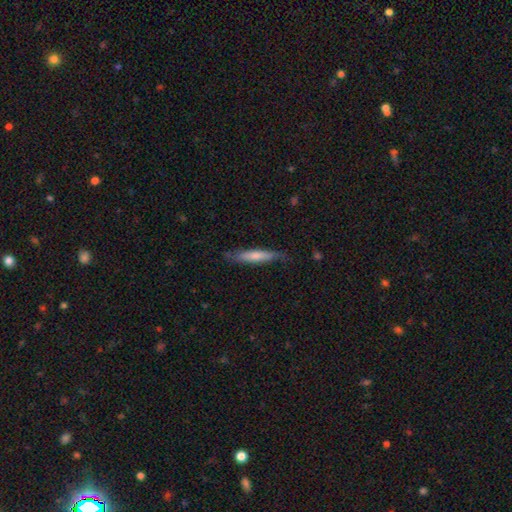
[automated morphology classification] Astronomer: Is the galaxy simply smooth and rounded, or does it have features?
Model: smooth — 65%.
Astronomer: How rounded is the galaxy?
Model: cigar-shaped — 90%.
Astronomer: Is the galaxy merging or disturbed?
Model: none — 77%.